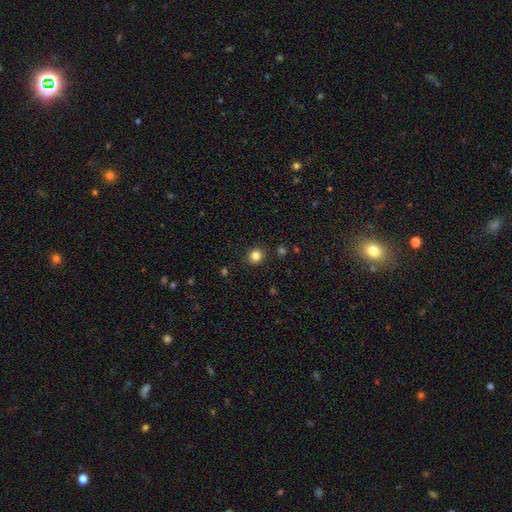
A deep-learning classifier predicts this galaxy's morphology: This appears to be a smooth galaxy with no disk features (82%) that is round (89%). Merging: none (91%).